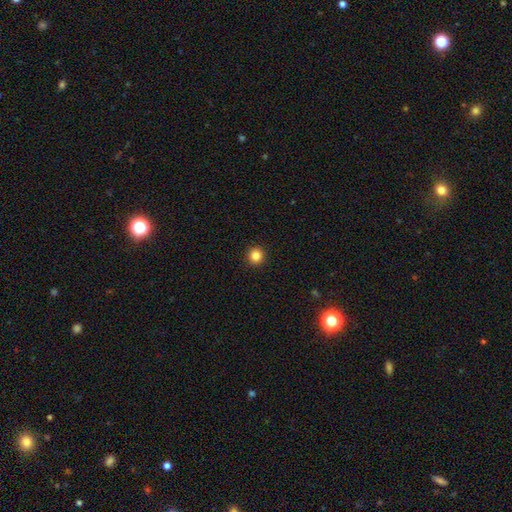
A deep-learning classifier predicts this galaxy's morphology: smooth_or_featured: smooth (p=0.85) [alt: star or artifact p=0.11]
how_rounded: round (p=0.95) [alt: in between p=0.04]
merging: none (p=0.94) [alt: minor disturbance p=0.04]